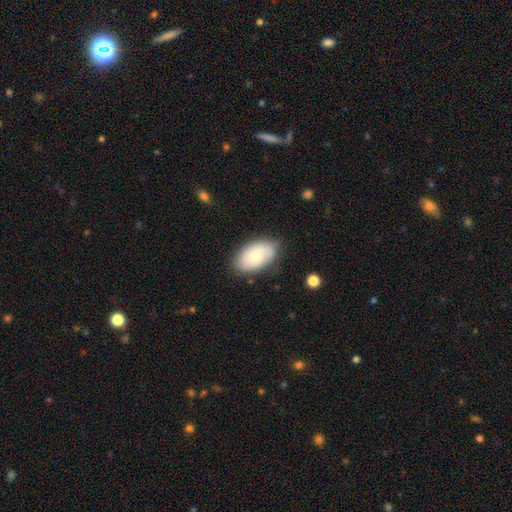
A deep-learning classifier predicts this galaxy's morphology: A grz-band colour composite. It shows a smooth galaxy with no disk features (65%) that is in between round and cigar-shaped (93%). Merging: none (79%).